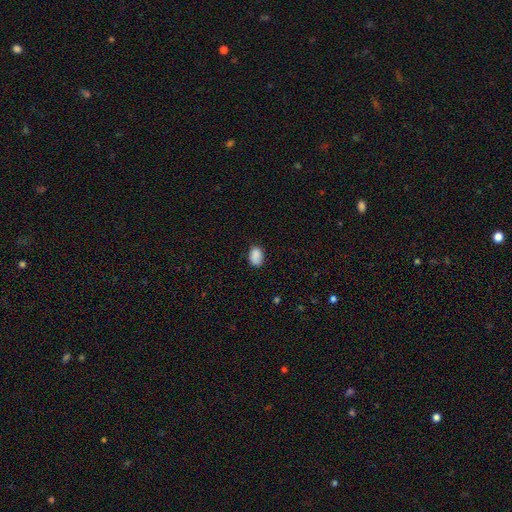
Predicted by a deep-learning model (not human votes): A smooth galaxy with no disk features (87%) that is in between round and cigar-shaped (79%). Merging: none (75%).